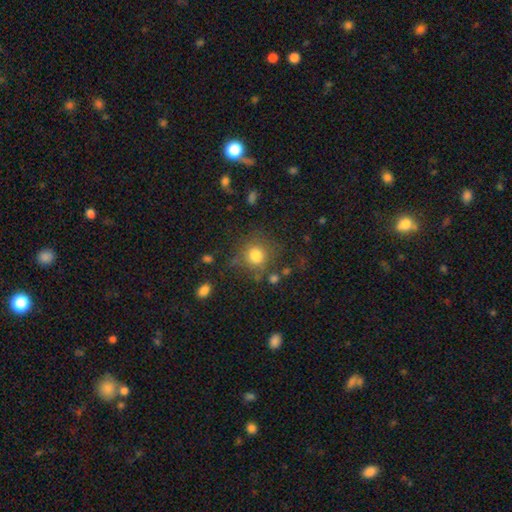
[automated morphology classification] A smooth galaxy with no disk features (79%) that is round (88%).

Vote fractions:
- Smooth or featured? smooth: 79% / star or artifact: 12% / featured or disk: 8%
- How rounded? round: 88% / in between: 11% / cigar-shaped: 1%
- Merging? none: 74% / minor disturbance: 14% / major disturbance: 7% / merger: 5%